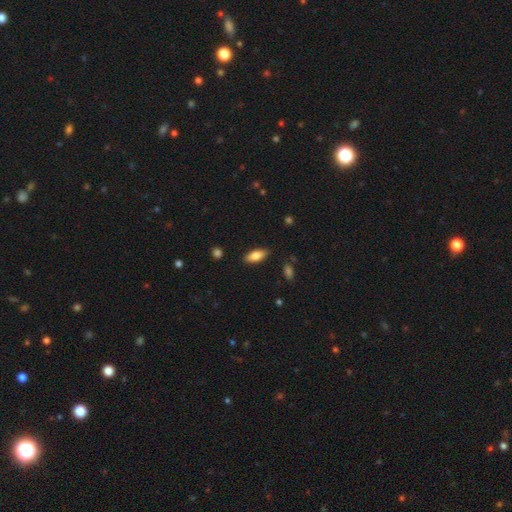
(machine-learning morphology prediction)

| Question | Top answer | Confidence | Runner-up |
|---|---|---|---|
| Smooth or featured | smooth | 75% | featured or disk (18%) |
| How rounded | in between | 77% | cigar-shaped (21%) |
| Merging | none | 86% | minor disturbance (10%) |